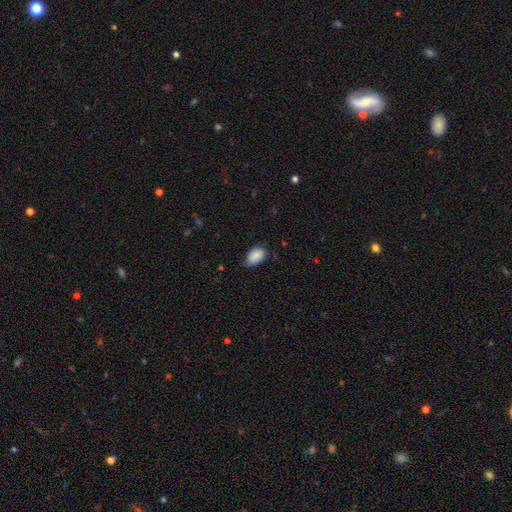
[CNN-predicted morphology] smooth 89%, star or artifact 7%, featured or disk 4%. Down the decision tree: how rounded — in between (90%); merging — none (60%).